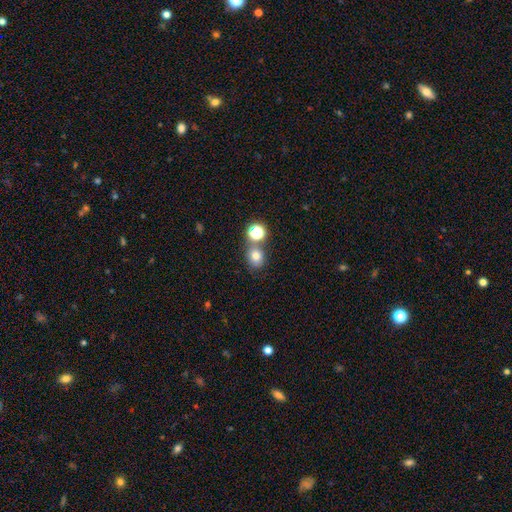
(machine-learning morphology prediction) smooth-or-featured: smooth: 74% | star or artifact: 17% | featured or disk: 9%
  how-rounded: round: 72% | in between: 27% | cigar-shaped: 1%
  merging: none: 64% | merger: 23% | minor disturbance: 10% | major disturbance: 4%